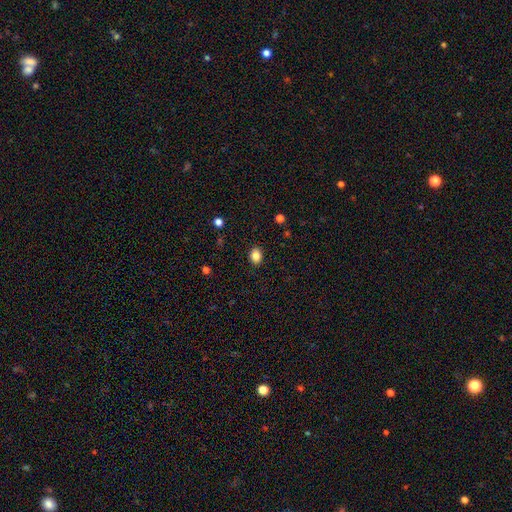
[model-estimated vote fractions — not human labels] Smooth or featured? smooth (85%)
How rounded? in between (52%)
Merging? none (90%)